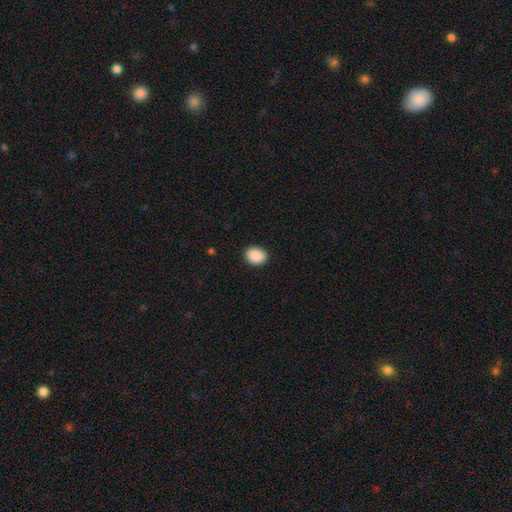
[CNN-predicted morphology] This appears to be a smooth galaxy with no disk features (90%) that is in between round and cigar-shaped (55%). Merging: none (90%).